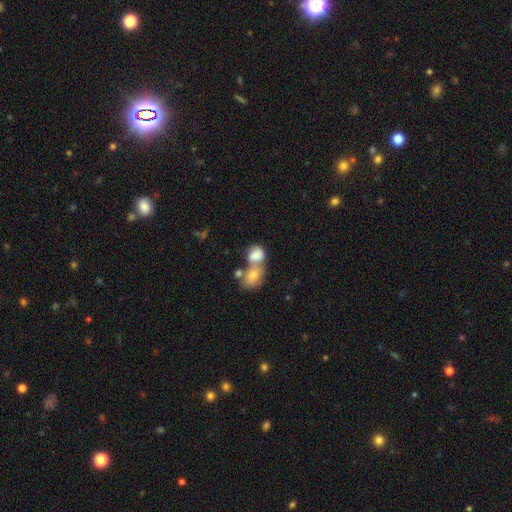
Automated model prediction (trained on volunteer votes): This is likely a smooth galaxy (73%). How rounded: likely in between (66%). Merging: likely merger (69%).